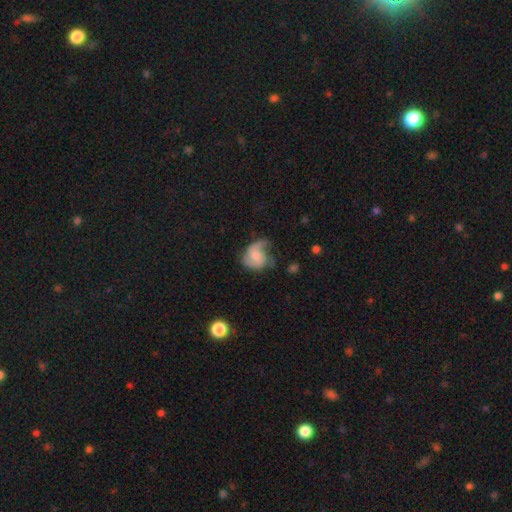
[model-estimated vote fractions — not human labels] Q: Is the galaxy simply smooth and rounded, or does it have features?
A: featured or disk — 61%.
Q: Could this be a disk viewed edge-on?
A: no — 98%.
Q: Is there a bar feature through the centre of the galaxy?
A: no — 70%.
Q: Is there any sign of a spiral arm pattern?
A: yes — 84%.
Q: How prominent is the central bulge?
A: moderate — 47%.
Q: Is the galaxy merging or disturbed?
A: none — 37%.